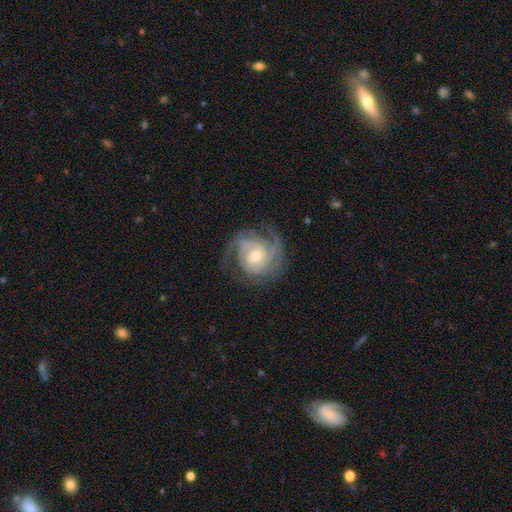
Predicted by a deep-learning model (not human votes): smooth_or_featured: featured or disk (p=0.90) [alt: smooth p=0.05]
disk_edge_on: no (p=0.98) [alt: yes p=0.02]
bar: no (p=0.63) [alt: weak p=0.29]
has_spiral_arms: yes (p=0.98) [alt: no p=0.02]
spiral_winding: tight (p=0.65) [alt: medium p=0.29]
spiral_arm_count: 3 (p=0.38) [alt: 2 p=0.22]
bulge_size: moderate (p=0.58) [alt: small p=0.35]
merging: none (p=0.75) [alt: minor disturbance p=0.16]